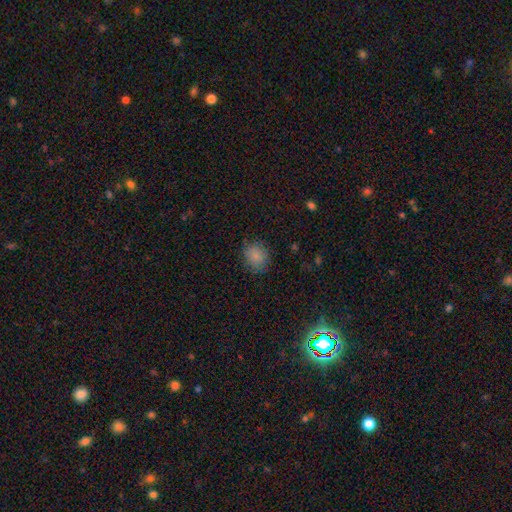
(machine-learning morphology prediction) A smooth galaxy with no disk features (84%) that is round (71%).

Vote fractions:
- Smooth or featured? smooth: 84% / star or artifact: 10% / featured or disk: 6%
- How rounded? round: 71% / in between: 28% / cigar-shaped: 1%
- Merging? none: 79% / minor disturbance: 16% / major disturbance: 4% / merger: 1%